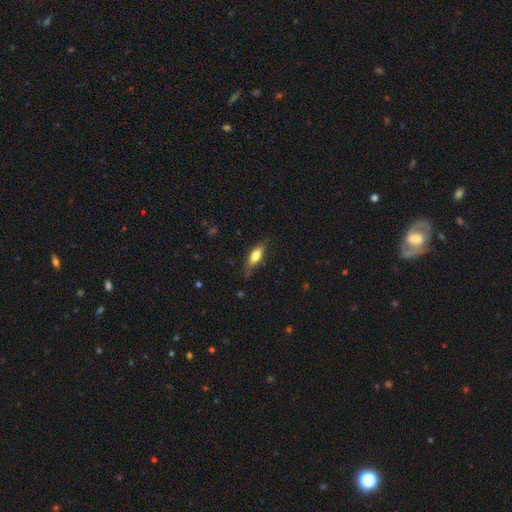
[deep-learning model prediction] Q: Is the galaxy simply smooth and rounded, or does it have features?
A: smooth — 69%.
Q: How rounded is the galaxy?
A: in between — 61%.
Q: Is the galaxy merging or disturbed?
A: none — 71%.